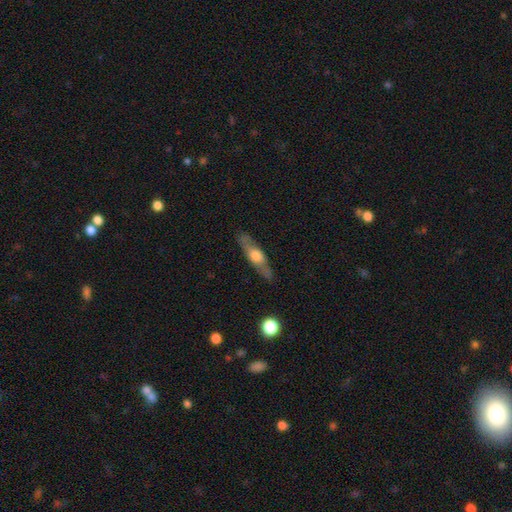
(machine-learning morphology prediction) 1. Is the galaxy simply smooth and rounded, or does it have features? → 55% featured or disk, 40% smooth, 5% star or artifact.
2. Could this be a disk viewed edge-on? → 80% yes, 20% no.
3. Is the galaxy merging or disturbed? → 85% none, 11% minor disturbance, 3% major disturbance, 1% merger.